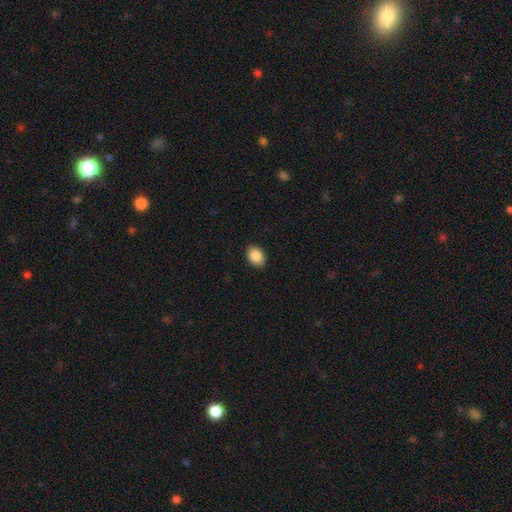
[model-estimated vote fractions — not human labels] Q: Smooth or featured?
A: smooth (87%); runner-up: star or artifact (8%)
Q: How rounded?
A: in between (73%); runner-up: round (26%)
Q: Merging?
A: none (91%); runner-up: minor disturbance (7%)